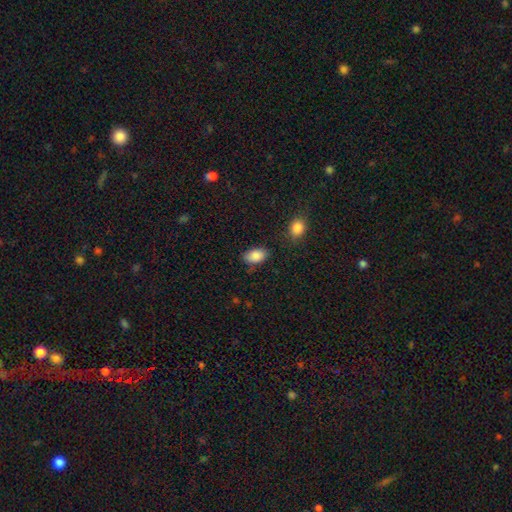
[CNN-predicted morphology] smooth_or_featured: smooth (p=0.87) [alt: star or artifact p=0.08]
how_rounded: in between (p=0.88) [alt: round p=0.10]
merging: none (p=0.74) [alt: minor disturbance p=0.19]